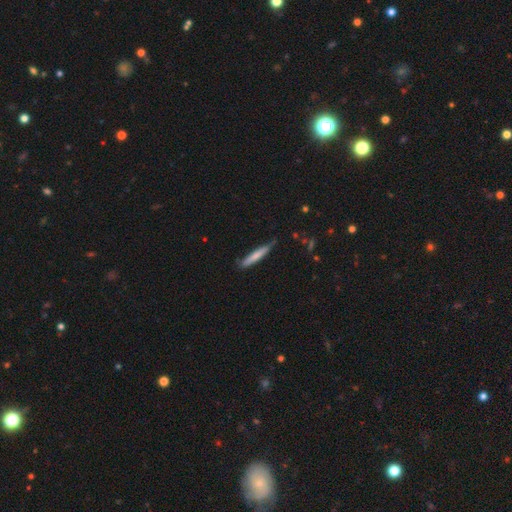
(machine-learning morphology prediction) smooth-or-featured: smooth: 68% | featured or disk: 27% | star or artifact: 5%
  how-rounded: cigar-shaped: 93% | in between: 5% | round: 1%
  merging: none: 71% | minor disturbance: 24% | major disturbance: 3% | merger: 2%